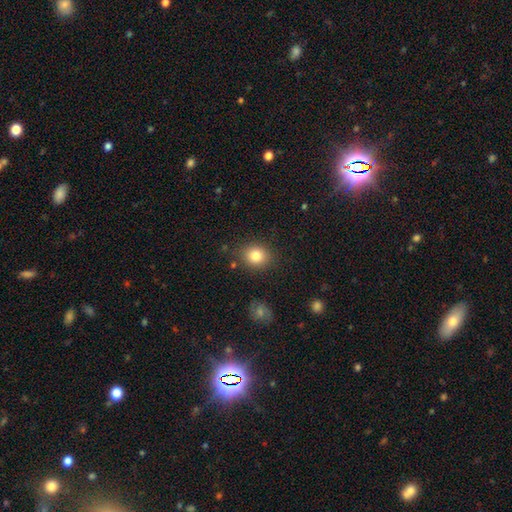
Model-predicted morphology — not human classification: Smooth or featured?
  - smooth: 83% *
  - star or artifact: 10%
  - featured or disk: 7%
How rounded?
  - round: 68% *
  - in between: 31%
  - cigar-shaped: 1%
Merging?
  - none: 85% *
  - minor disturbance: 10%
  - major disturbance: 3%
  - merger: 2%